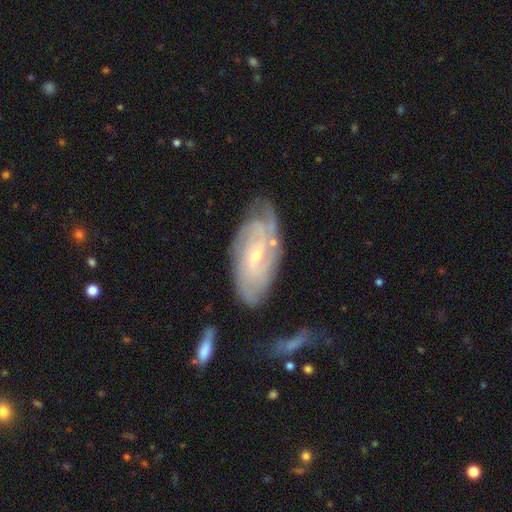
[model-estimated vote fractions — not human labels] Smooth or featured? featured or disk (83%)
Edge-on disk? no (94%)
Bar? no (47%)
Spiral arms? yes (95%)
Spiral winding? tight (62%)
Spiral arm count? can't tell (36%)
Bulge size? small (75%)
Merging? none (67%)